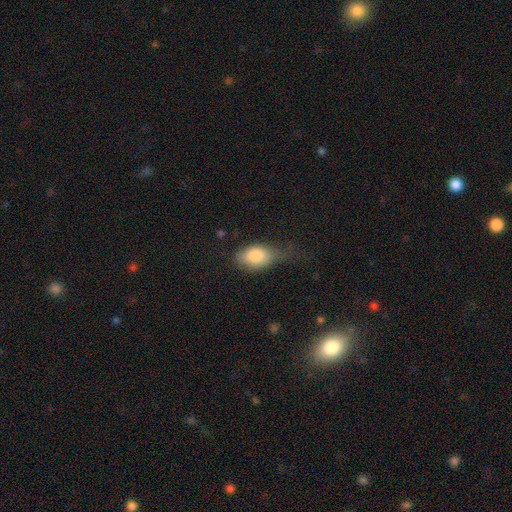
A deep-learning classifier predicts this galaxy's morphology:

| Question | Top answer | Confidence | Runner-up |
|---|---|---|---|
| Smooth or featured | smooth | 82% | featured or disk (10%) |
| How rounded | in between | 88% | round (8%) |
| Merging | minor disturbance | 42% | none (32%) |